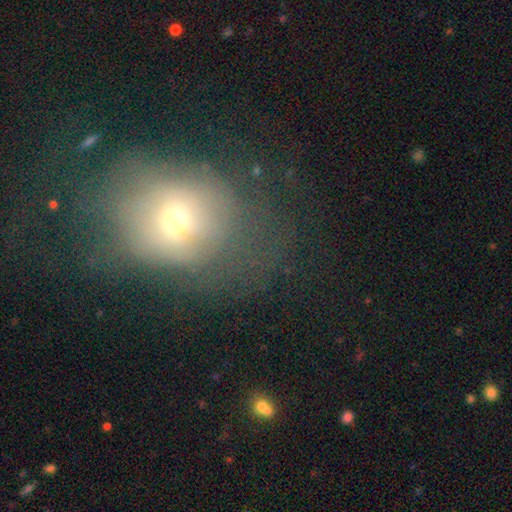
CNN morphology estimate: smooth-or-featured: smooth: 56% | featured or disk: 25% | star or artifact: 20%
  how-rounded: round: 60% | in between: 39% | cigar-shaped: 1%
  merging: none: 49% | major disturbance: 27% | minor disturbance: 21% | merger: 3%